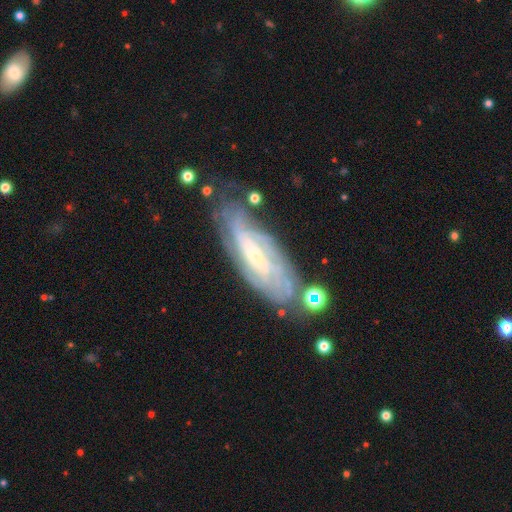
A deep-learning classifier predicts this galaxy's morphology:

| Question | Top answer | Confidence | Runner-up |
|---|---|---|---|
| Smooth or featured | featured or disk | 79% | smooth (14%) |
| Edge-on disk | no | 83% | yes (17%) |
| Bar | no | 46% | weak (39%) |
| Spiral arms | yes | 92% | no (8%) |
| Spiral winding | tight | 68% | medium (25%) |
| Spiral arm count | can't tell | 53% | 4 (13%) |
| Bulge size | small | 52% | moderate (37%) |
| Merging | none | 69% | minor disturbance (20%) |